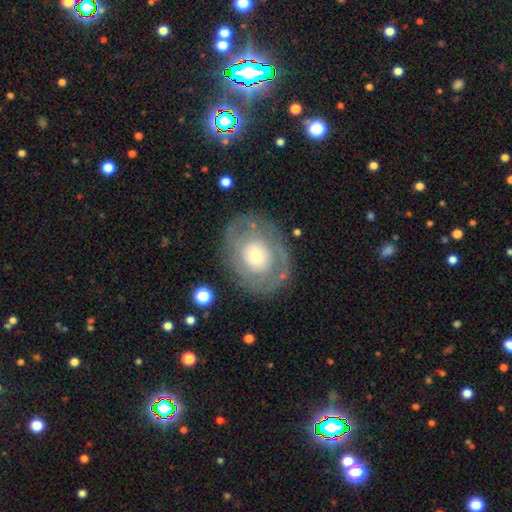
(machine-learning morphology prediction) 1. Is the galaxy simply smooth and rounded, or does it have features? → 57% featured or disk, 36% smooth, 7% star or artifact.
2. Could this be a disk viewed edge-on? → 95% no, 5% yes.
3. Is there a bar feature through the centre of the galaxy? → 85% no, 12% weak, 3% strong.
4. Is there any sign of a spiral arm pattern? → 55% no, 45% yes.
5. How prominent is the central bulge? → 44% moderate, 32% small, 19% large, 3% dominant, 2% none.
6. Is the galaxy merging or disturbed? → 76% none, 15% minor disturbance, 8% major disturbance, 2% merger.